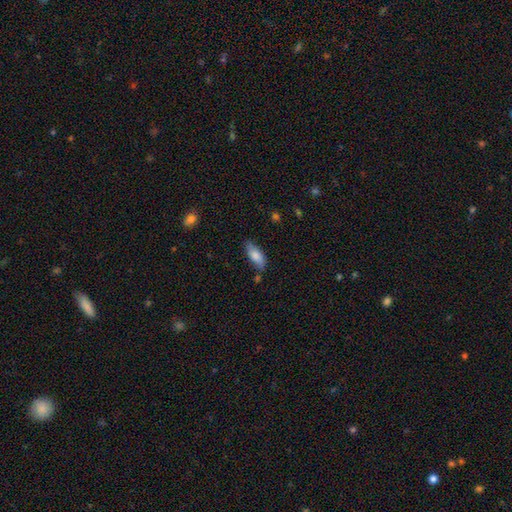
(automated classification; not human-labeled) Q: Smooth or featured?
A: smooth (78%); runner-up: featured or disk (16%)
Q: How rounded?
A: in between (74%); runner-up: cigar-shaped (24%)
Q: Merging?
A: none (70%); runner-up: minor disturbance (21%)